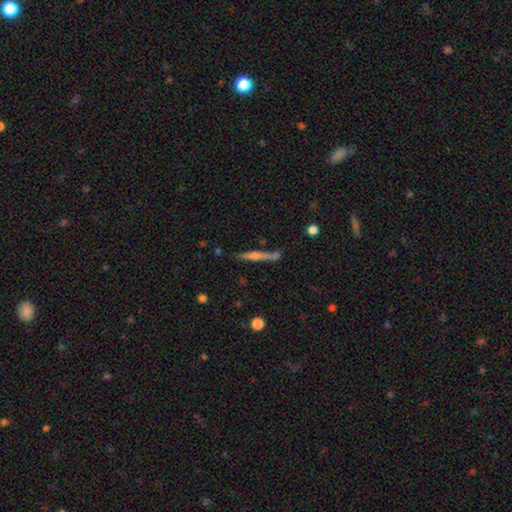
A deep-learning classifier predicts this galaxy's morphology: Smooth or featured?
  - featured or disk: 52% *
  - smooth: 31%
  - star or artifact: 17%
Edge-on disk?
  - yes: 90% *
  - no: 10%
Merging?
  - none: 80% *
  - minor disturbance: 11%
  - merger: 5%
  - major disturbance: 4%